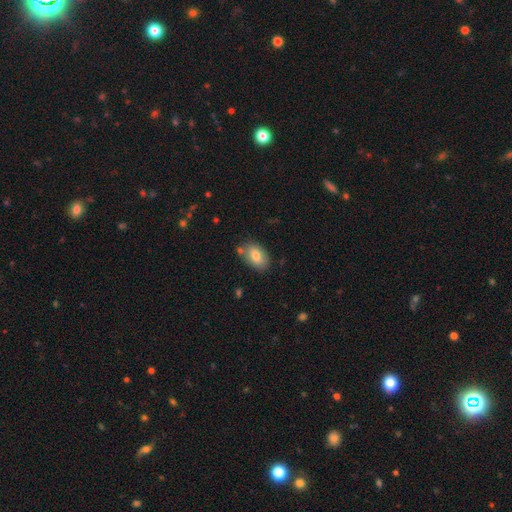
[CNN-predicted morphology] A smooth galaxy with no disk features (78%) that is in between round and cigar-shaped (90%). Merging: none (75%).